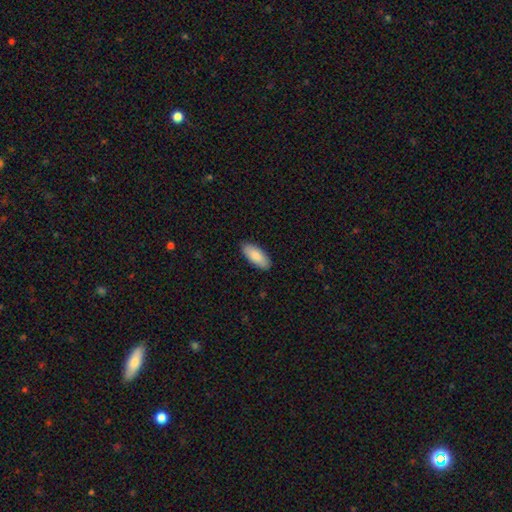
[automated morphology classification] Overall: smooth (87%). How rounded: in between (86%). Merging: none (89%).